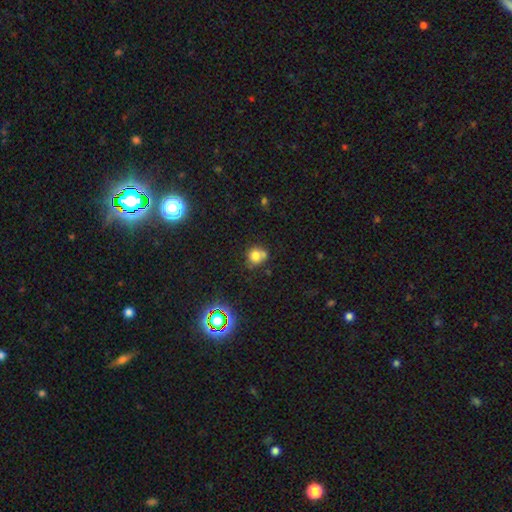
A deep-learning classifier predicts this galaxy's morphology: Smooth or featured?
  - smooth: 73% *
  - star or artifact: 15%
  - featured or disk: 12%
How rounded?
  - round: 79% *
  - in between: 20%
  - cigar-shaped: 1%
Merging?
  - none: 50% *
  - merger: 26%
  - minor disturbance: 18%
  - major disturbance: 6%